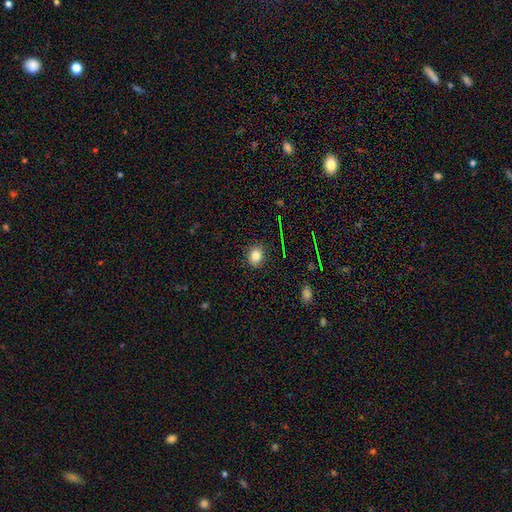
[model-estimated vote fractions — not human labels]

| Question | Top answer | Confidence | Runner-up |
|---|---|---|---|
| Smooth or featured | smooth | 80% | star or artifact (12%) |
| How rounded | round | 57% | in between (42%) |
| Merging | none | 87% | minor disturbance (9%) |